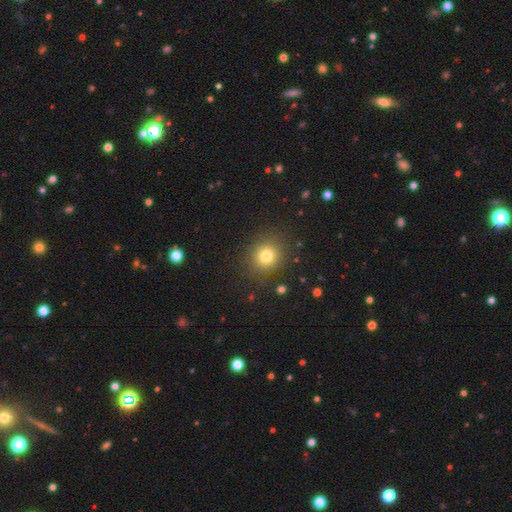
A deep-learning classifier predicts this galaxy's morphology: This appears to be a smooth galaxy with no disk features (60%) that is round (87%). Merging: none (90%).